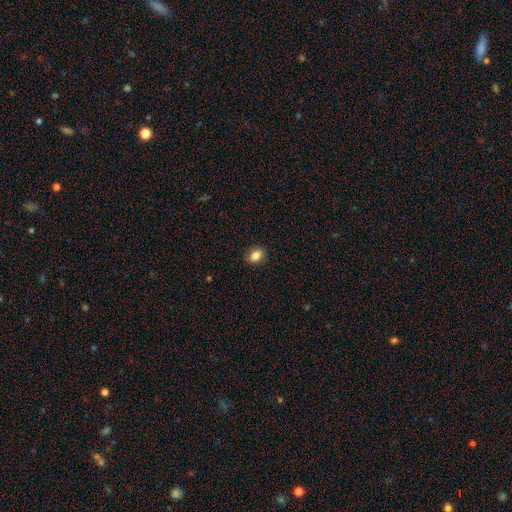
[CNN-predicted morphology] Smooth or featured: smooth — 85% (star or artifact — 10%)
How rounded: in between — 52% (round — 47%)
Merging: none — 89% (minor disturbance — 8%)